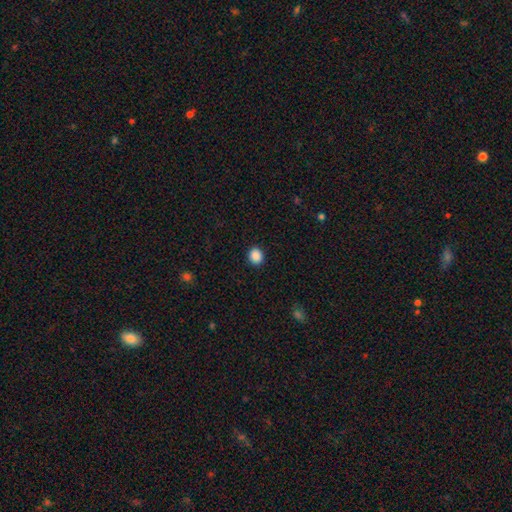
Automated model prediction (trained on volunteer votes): Smooth or featured?
  - smooth: 89% *
  - star or artifact: 9%
  - featured or disk: 2%
How rounded?
  - round: 73% *
  - in between: 26%
  - cigar-shaped: 1%
Merging?
  - none: 91% *
  - minor disturbance: 6%
  - major disturbance: 2%
  - merger: 1%